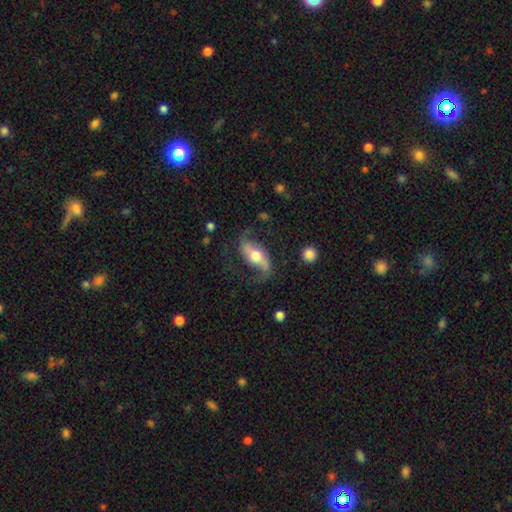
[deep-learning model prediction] smooth-or-featured: featured or disk: 63% | smooth: 31% | star or artifact: 6%
  disk-edge-on: no: 86% | yes: 14%
    bar: no: 36% | strong: 34% | weak: 30%
    has-spiral-arms: yes: 82% | no: 18%
    bulge-size: moderate: 66% | large: 19% | small: 11% | dominant: 2% | none: 1%
  merging: none: 57% | minor disturbance: 21% | major disturbance: 20% | merger: 2%